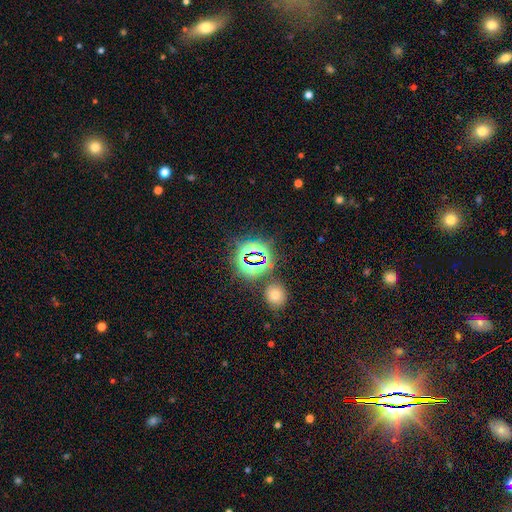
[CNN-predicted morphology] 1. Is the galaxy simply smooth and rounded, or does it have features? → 73% star or artifact, 17% smooth, 9% featured or disk.